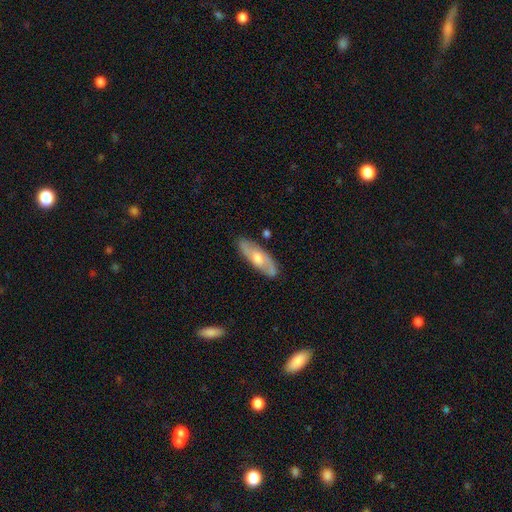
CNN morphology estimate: Smooth or featured: featured or disk — 64% (smooth — 30%)
Edge-on disk: no — 77% (yes — 23%)
Merging: none — 82% (minor disturbance — 13%)